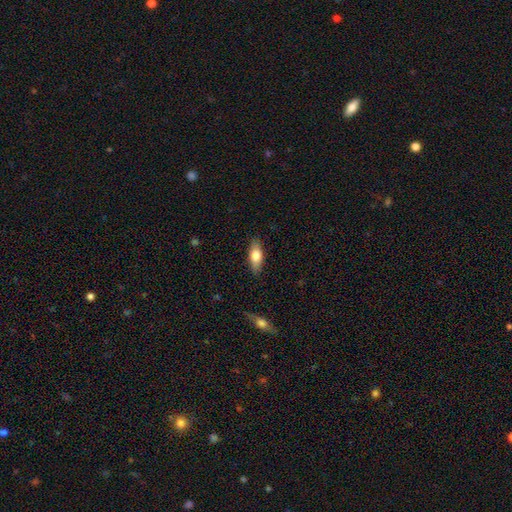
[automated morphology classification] Q: Smooth or featured?
A: smooth (69%); runner-up: featured or disk (24%)
Q: How rounded?
A: in between (74%); runner-up: cigar-shaped (23%)
Q: Merging?
A: none (87%); runner-up: minor disturbance (10%)